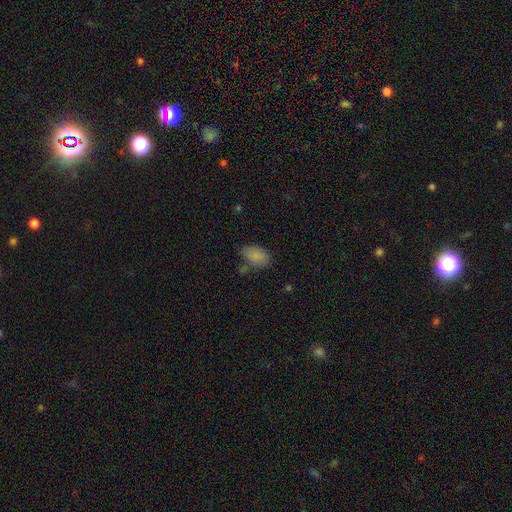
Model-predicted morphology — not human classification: smooth 84%, star or artifact 9%, featured or disk 7%. Down the decision tree: how rounded — in between (90%); merging — none (65%).